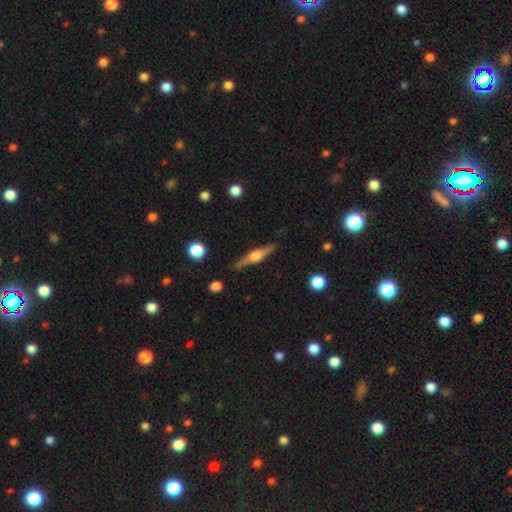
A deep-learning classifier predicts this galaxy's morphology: smooth_or_featured: featured or disk (p=0.70) [alt: smooth p=0.24]
disk_edge_on: yes (p=0.97) [alt: no p=0.03]
edge_on_bulge: rounded (p=0.84) [alt: boxy p=0.12]
merging: none (p=0.86) [alt: minor disturbance p=0.10]